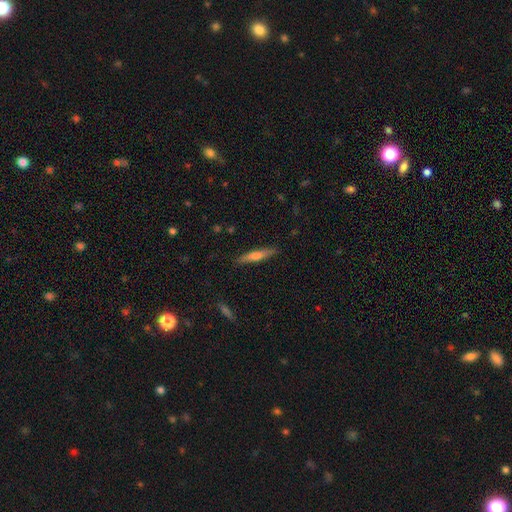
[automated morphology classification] This is possibly a smooth galaxy (54%). How rounded: clearly cigar-shaped (90%). Merging: clearly none (88%).